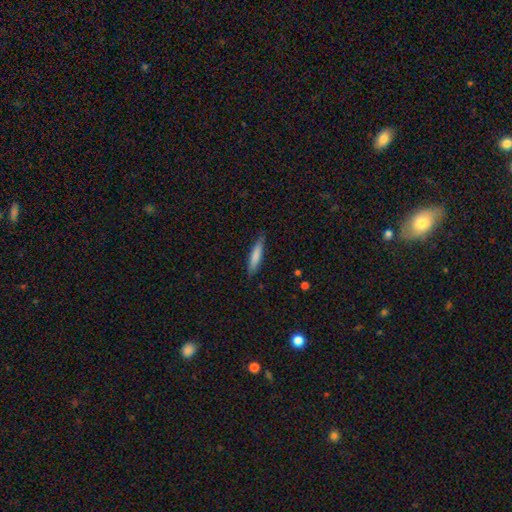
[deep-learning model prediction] Smooth or featured?
  - smooth: 77% *
  - featured or disk: 17%
  - star or artifact: 6%
How rounded?
  - cigar-shaped: 88% *
  - in between: 11%
  - round: 1%
Merging?
  - none: 86% *
  - minor disturbance: 11%
  - major disturbance: 2%
  - merger: 1%